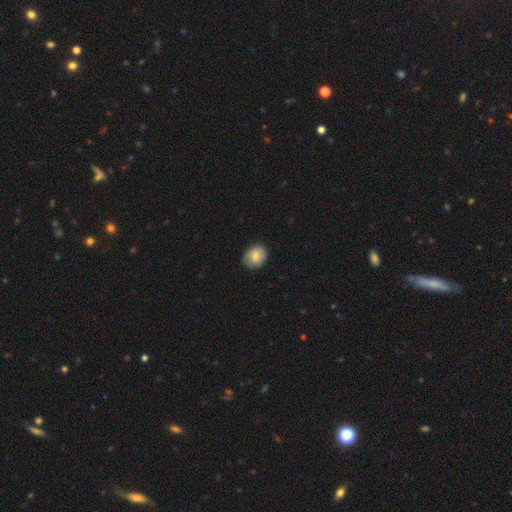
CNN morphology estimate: Smooth or featured: smooth — 73% (featured or disk — 20%)
How rounded: round — 58% (in between — 41%)
Merging: none — 76% (minor disturbance — 20%)